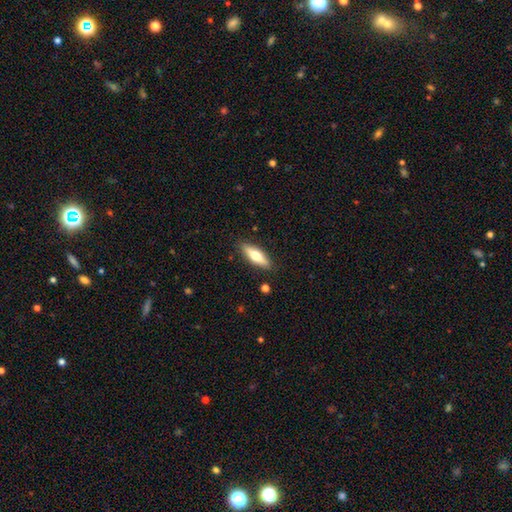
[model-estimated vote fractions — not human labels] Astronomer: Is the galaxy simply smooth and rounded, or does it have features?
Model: smooth — 55% (runner-up: featured or disk, 39%).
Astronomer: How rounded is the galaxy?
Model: cigar-shaped — 52% (runner-up: in between, 46%).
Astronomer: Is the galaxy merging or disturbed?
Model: none — 88%.